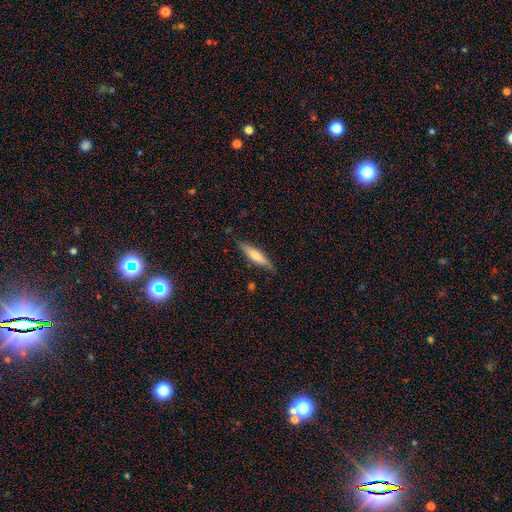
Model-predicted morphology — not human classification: type=smooth (59%); roundness=cigar-shaped (79%); merging=none (83%).